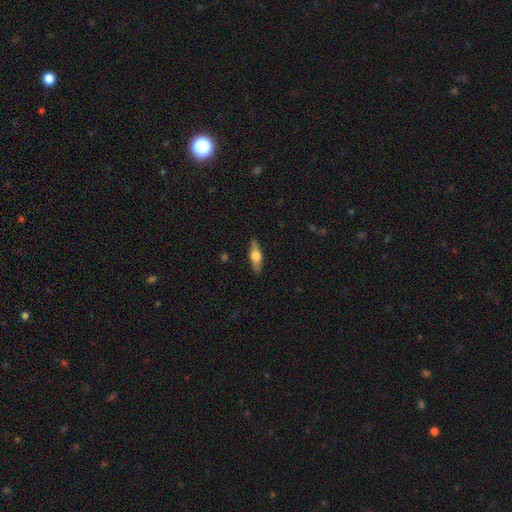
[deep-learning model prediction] Smooth or featured: smooth — 53% (featured or disk — 41%)
How rounded: in between — 53% (cigar-shaped — 44%)
Merging: none — 87% (minor disturbance — 10%)